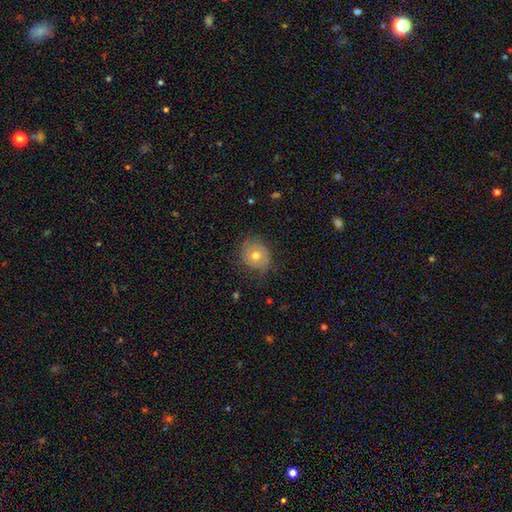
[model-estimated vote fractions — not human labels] Smooth or featured? smooth (62%)
How rounded? round (74%)
Merging? none (71%)